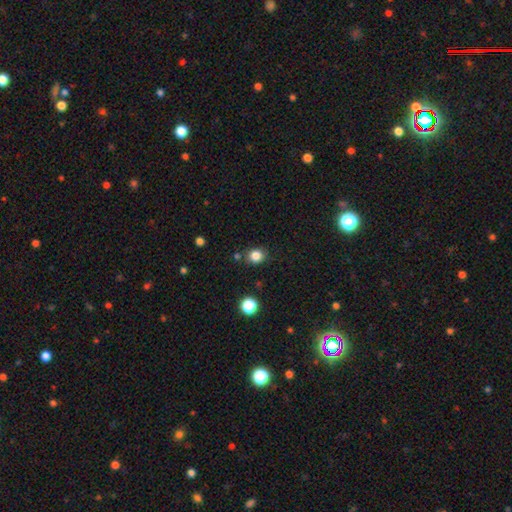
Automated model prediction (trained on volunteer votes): Smooth or featured?
  - smooth: 83% *
  - star or artifact: 12%
  - featured or disk: 5%
How rounded?
  - round: 74% *
  - in between: 25%
  - cigar-shaped: 1%
Merging?
  - none: 80% *
  - minor disturbance: 11%
  - merger: 5%
  - major disturbance: 3%